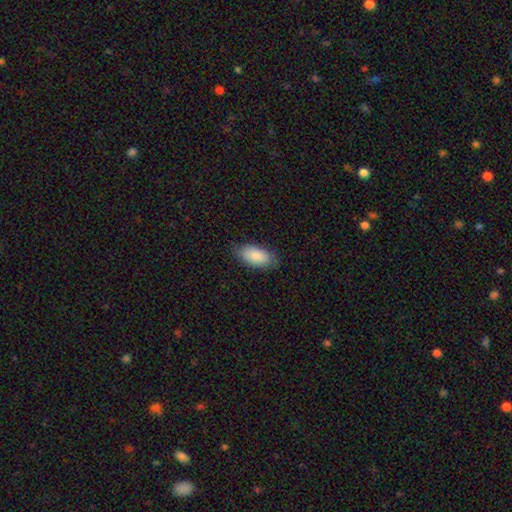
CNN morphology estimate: smooth 85%, featured or disk 8%, star or artifact 6%. Down the decision tree: how rounded — in between (93%); merging — none (81%).